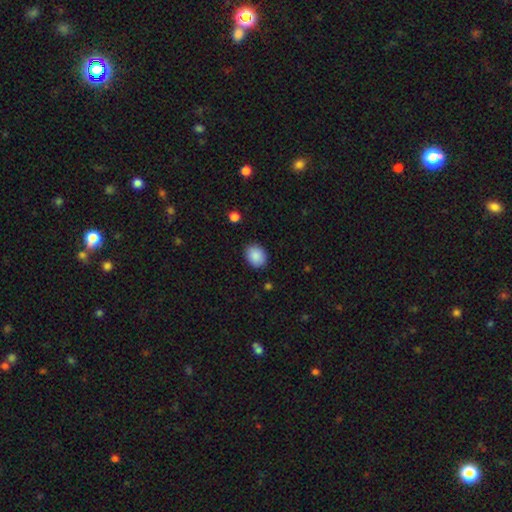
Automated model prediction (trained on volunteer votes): Morphology: type=smooth (89%); roundness=in between (58%); merging=none (86%).